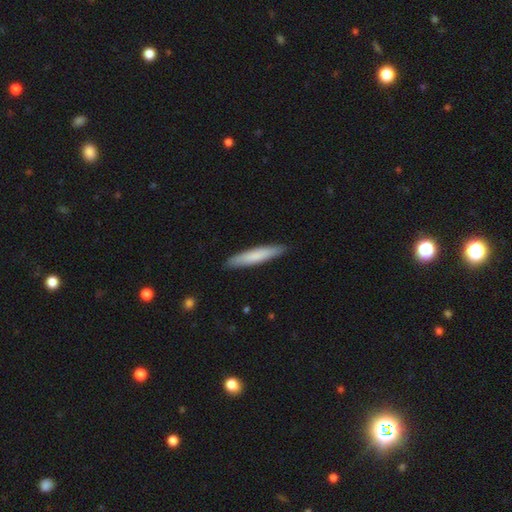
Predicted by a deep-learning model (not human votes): A smooth galaxy with no disk features (76%) that is cigar-shaped (90%). Merging: none (90%).